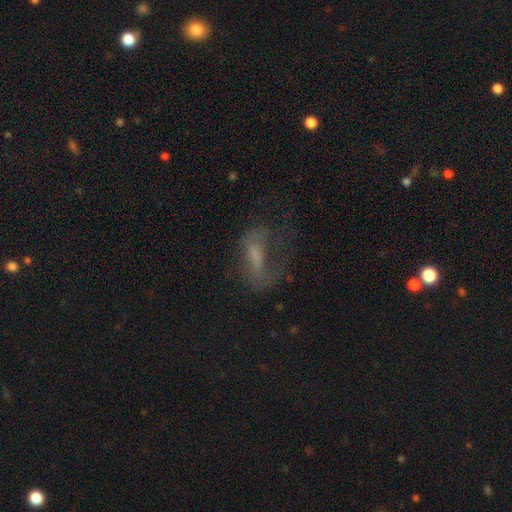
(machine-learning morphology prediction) This is marginally a featured or disk galaxy (42%). Merging: marginally major disturbance (41%).